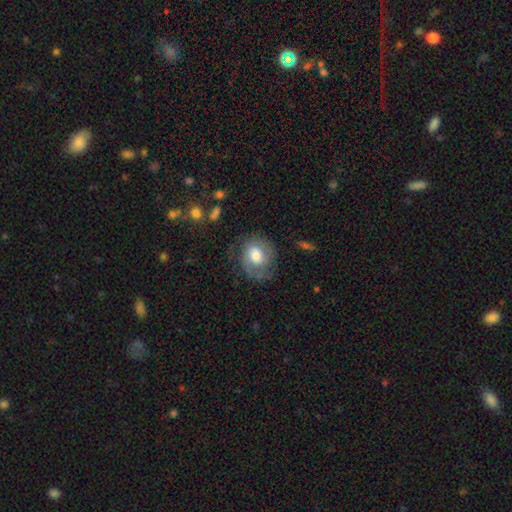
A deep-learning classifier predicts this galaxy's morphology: A smooth galaxy with no disk features (49%). Merging: none (63%).